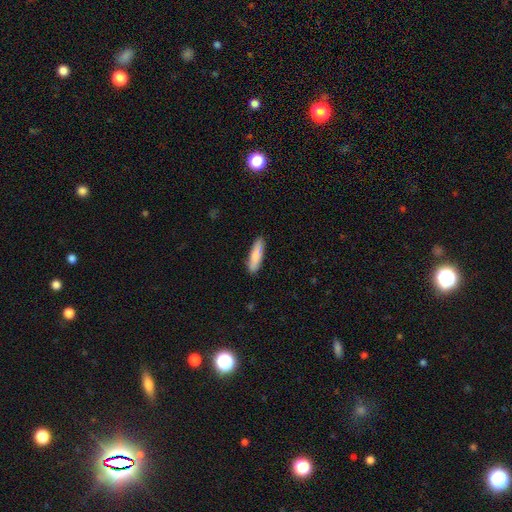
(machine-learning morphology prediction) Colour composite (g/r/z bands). It shows a smooth galaxy with no disk features (82%) that is cigar-shaped (67%). Merging: none (86%).